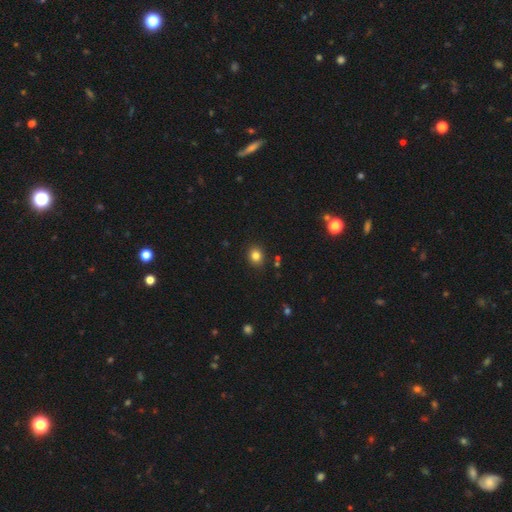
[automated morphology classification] Smooth or featured?
  - smooth: 82% *
  - star or artifact: 12%
  - featured or disk: 6%
How rounded?
  - round: 70% *
  - in between: 29%
  - cigar-shaped: 1%
Merging?
  - none: 88% *
  - minor disturbance: 8%
  - major disturbance: 2%
  - merger: 2%